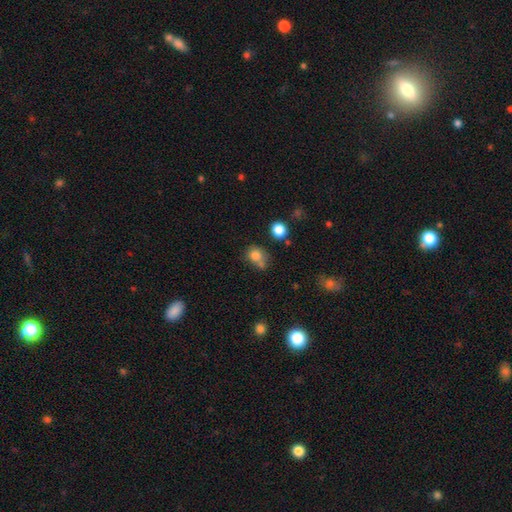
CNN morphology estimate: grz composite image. It shows a smooth galaxy with no disk features (78%) that is round (64%). Merging: none (46%).